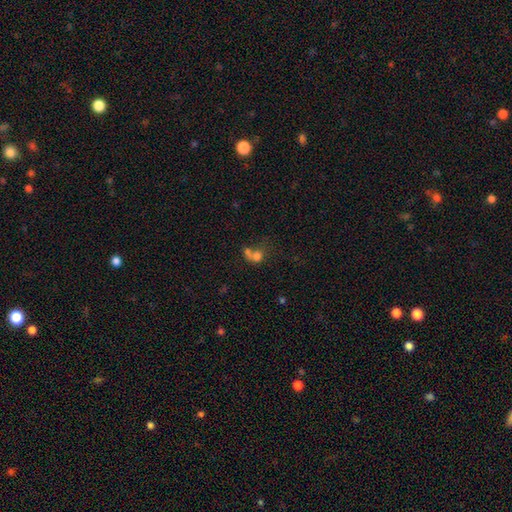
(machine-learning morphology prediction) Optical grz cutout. It shows a smooth galaxy with no disk features (67%) that is round (60%). Merging: merger (57%).